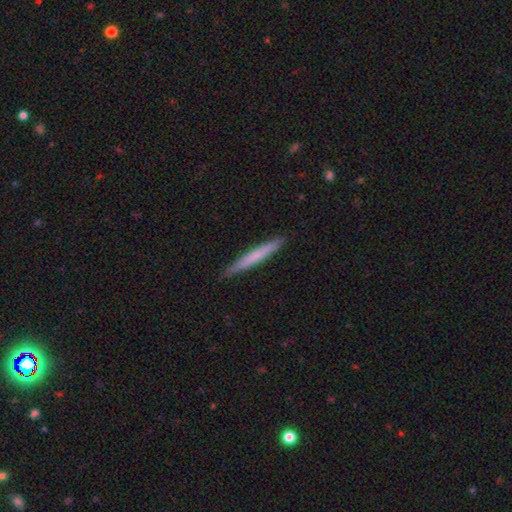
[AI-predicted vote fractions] smooth-or-featured: smooth: 62% | featured or disk: 32% | star or artifact: 5%
  how-rounded: cigar-shaped: 97% | in between: 2% | round: 1%
  merging: none: 90% | minor disturbance: 8% | major disturbance: 1% | merger: 1%